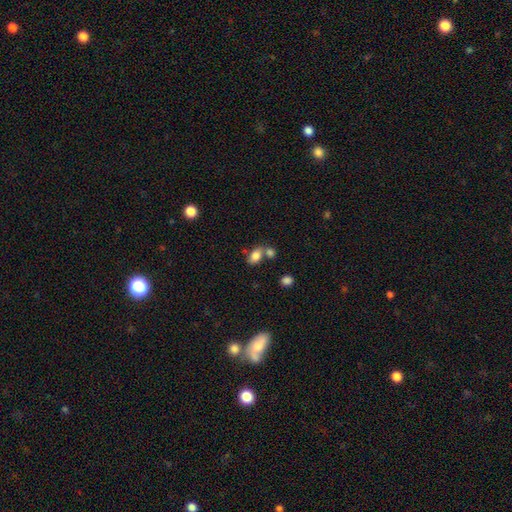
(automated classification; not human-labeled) Smooth or featured: smooth — 81% (featured or disk — 10%)
How rounded: in between — 83% (round — 15%)
Merging: none — 46% (merger — 36%)